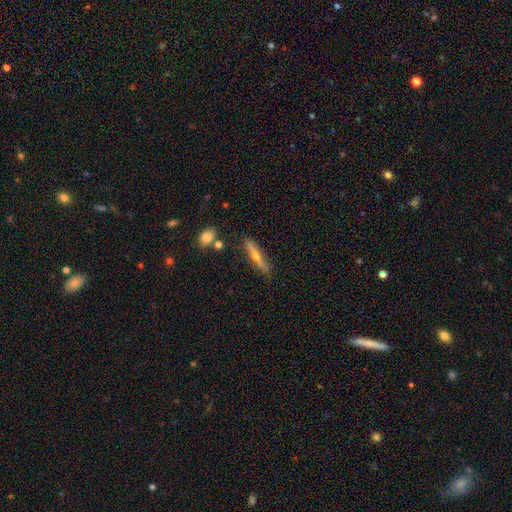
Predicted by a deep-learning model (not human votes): Smooth or featured: featured or disk — 57% (smooth — 35%)
Edge-on disk: yes — 92% (no — 8%)
Edge-on bulge: rounded — 87% (none — 10%)
Merging: none — 83% (minor disturbance — 11%)